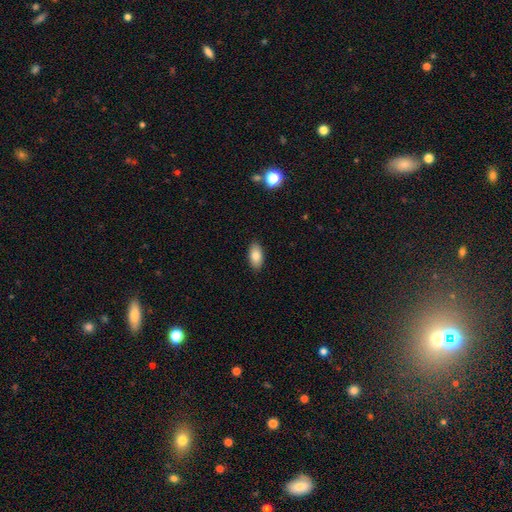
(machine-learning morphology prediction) Smooth or featured? Predicted: smooth (p=0.83). How rounded? Predicted: in between (p=0.93). Merging? Predicted: none (p=0.89).